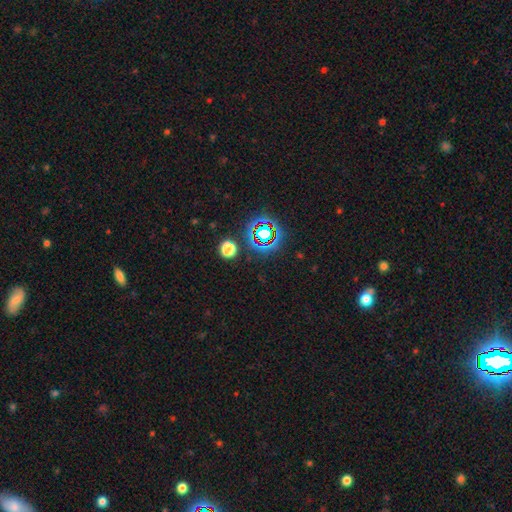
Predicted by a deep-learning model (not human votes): smooth_or_featured: star or artifact (p=0.65) [alt: smooth p=0.25]